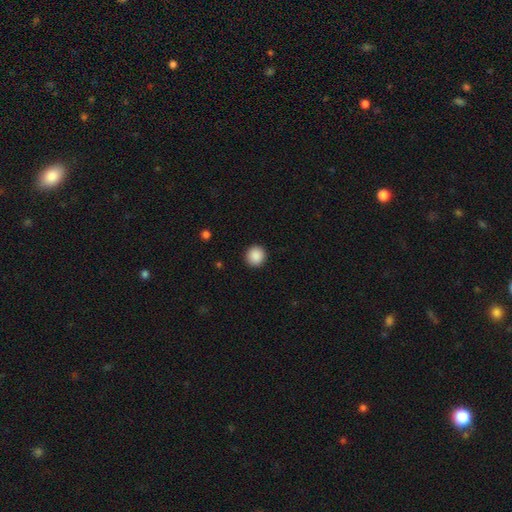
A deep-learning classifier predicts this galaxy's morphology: The model was most divided on "smooth or featured": smooth: 89%, star or artifact: 9%, featured or disk: 3%. More confident: how rounded — round (93%); merging — none (92%).